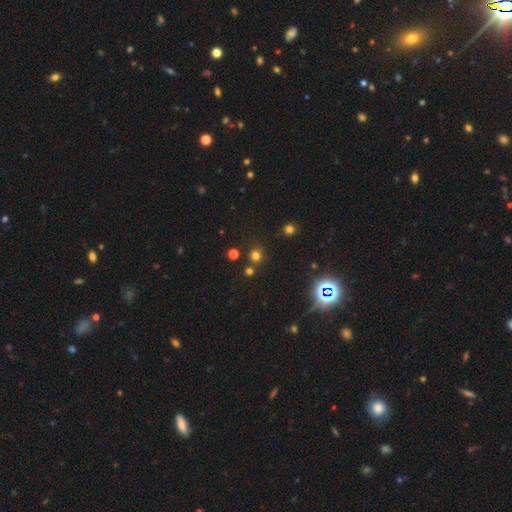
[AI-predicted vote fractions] Smooth or featured? smooth (65%)
How rounded? round (89%)
Merging? none (77%)